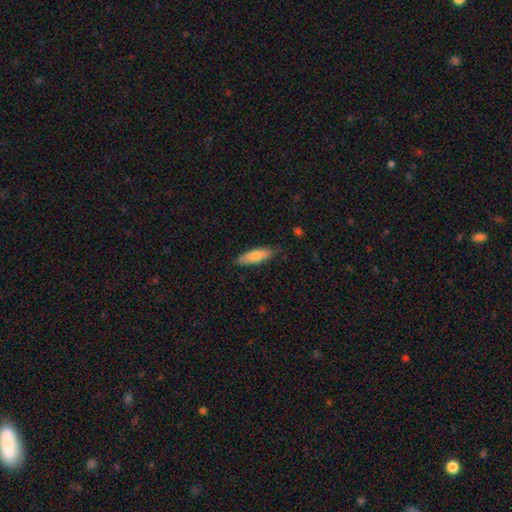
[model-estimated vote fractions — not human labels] The model was most divided on "how rounded": cigar-shaped: 57%, in between: 41%, round: 2%. More confident: merging — none (84%); smooth or featured — smooth (77%).